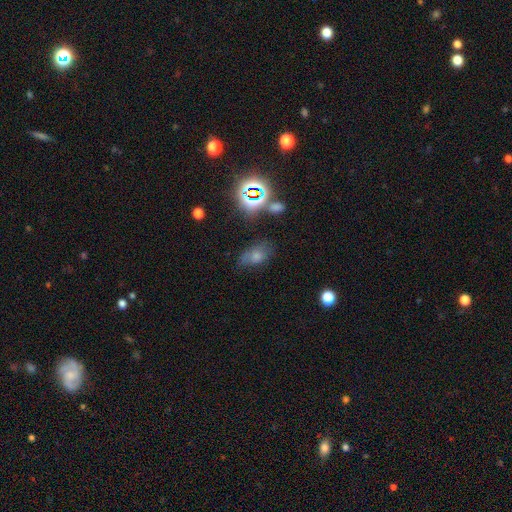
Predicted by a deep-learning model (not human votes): This appears to be a smooth galaxy with no disk features (59%) that is in between round and cigar-shaped (83%). Merging: none (51%).